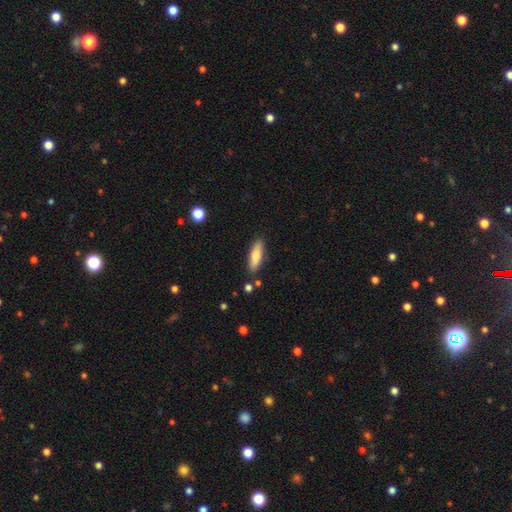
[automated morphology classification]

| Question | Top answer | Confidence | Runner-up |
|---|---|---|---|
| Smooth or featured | smooth | 74% | featured or disk (19%) |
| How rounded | cigar-shaped | 50% | in between (48%) |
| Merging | none | 84% | minor disturbance (10%) |